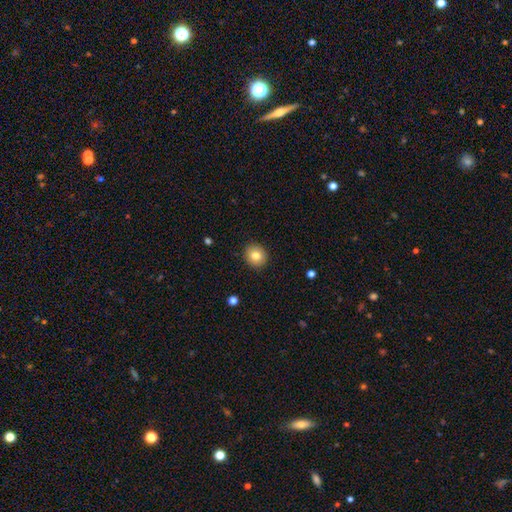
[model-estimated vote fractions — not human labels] This is clearly a smooth galaxy (80%). How rounded: clearly round (84%). Merging: clearly none (91%).